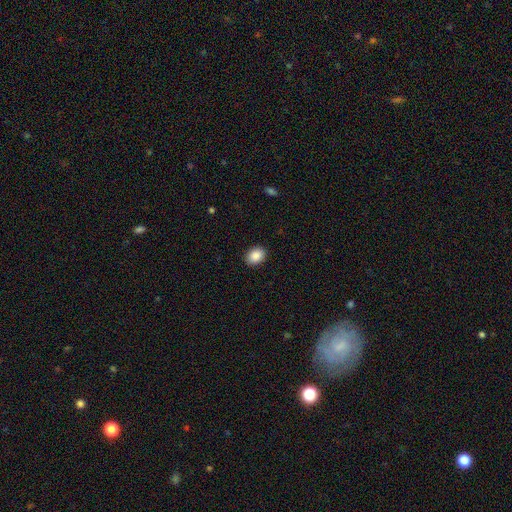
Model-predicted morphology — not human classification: The model was most divided on "how rounded": in between: 66%, round: 33%, cigar-shaped: 1%. More confident: merging — none (90%); smooth or featured — smooth (89%).